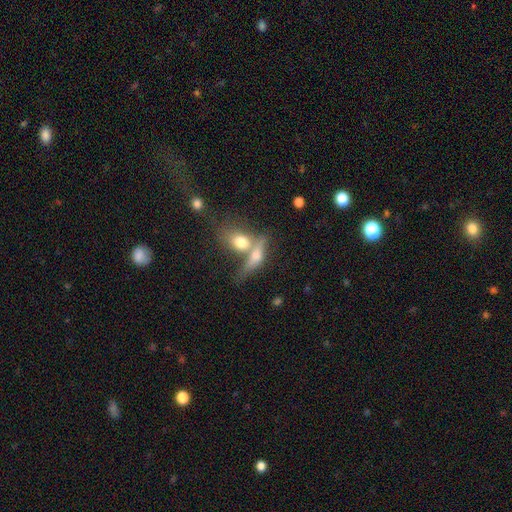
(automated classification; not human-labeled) smooth_or_featured: smooth (p=0.59) [alt: featured or disk p=0.33]
how_rounded: in between (p=0.58) [alt: cigar-shaped p=0.28]
merging: merger (p=0.59) [alt: none p=0.25]